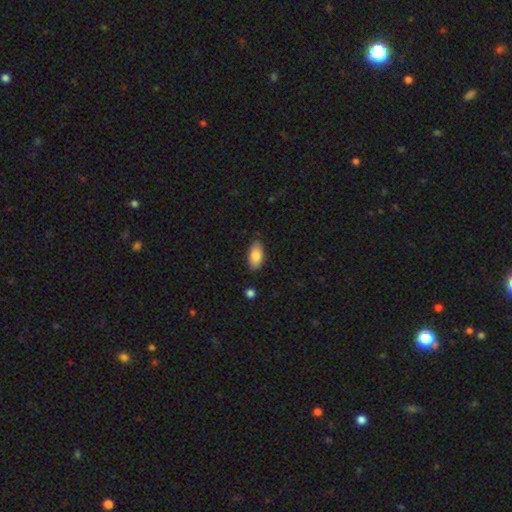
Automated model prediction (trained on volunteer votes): Smooth or featured? smooth (85%)
How rounded? in between (91%)
Merging? none (85%)